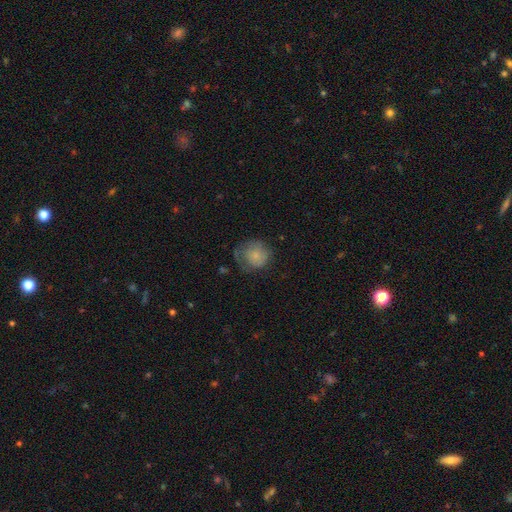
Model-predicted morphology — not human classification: smooth-or-featured: smooth: 75% | featured or disk: 17% | star or artifact: 8%
  how-rounded: round: 85% | in between: 14% | cigar-shaped: 1%
  merging: none: 50% | minor disturbance: 29% | major disturbance: 20% | merger: 2%